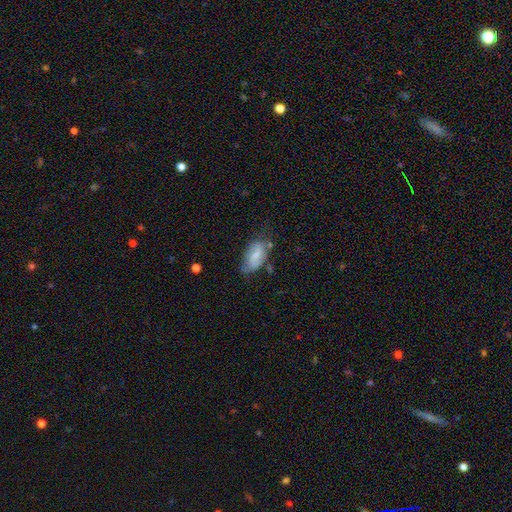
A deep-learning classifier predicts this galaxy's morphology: Smooth or featured? Predicted: smooth (p=0.59). How rounded? Predicted: in between (p=0.91). Merging? Predicted: none (p=0.47).